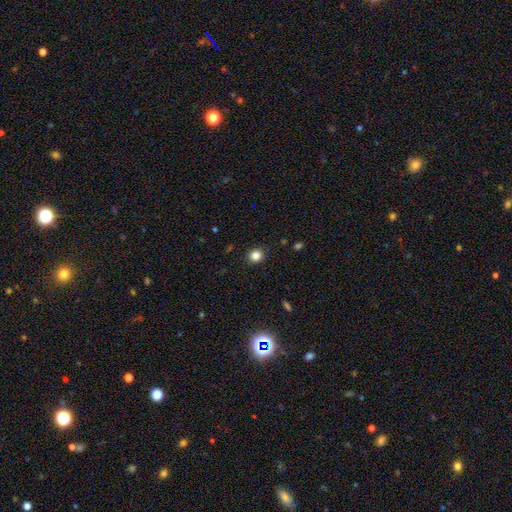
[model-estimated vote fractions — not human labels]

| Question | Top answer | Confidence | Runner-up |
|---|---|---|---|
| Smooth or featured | smooth | 84% | star or artifact (12%) |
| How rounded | round | 81% | in between (18%) |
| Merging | none | 91% | minor disturbance (6%) |